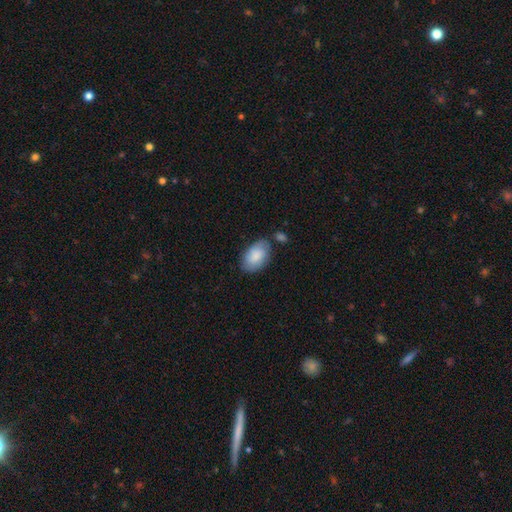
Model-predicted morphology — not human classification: Q: Smooth or featured?
A: smooth (81%); runner-up: featured or disk (13%)
Q: How rounded?
A: in between (93%); runner-up: round (6%)
Q: Merging?
A: none (67%); runner-up: minor disturbance (21%)